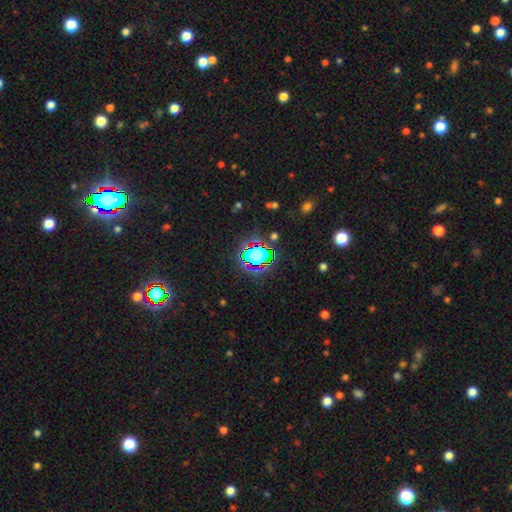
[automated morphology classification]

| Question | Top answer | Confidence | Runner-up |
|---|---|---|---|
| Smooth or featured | star or artifact | 56% | smooth (31%) |